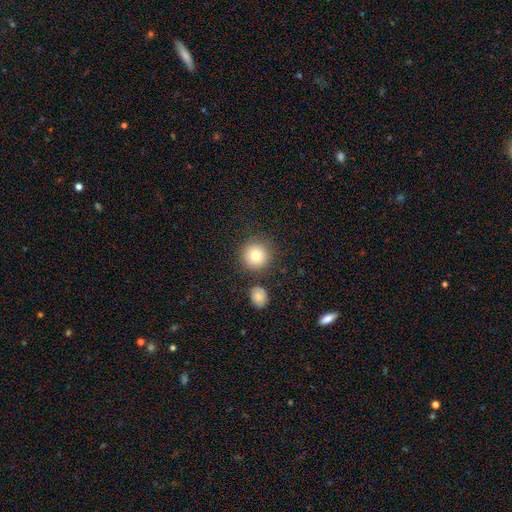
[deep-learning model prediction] Smooth or featured?
  - smooth: 80% *
  - star or artifact: 10%
  - featured or disk: 10%
How rounded?
  - round: 95% *
  - in between: 5%
  - cigar-shaped: 1%
Merging?
  - none: 83% *
  - minor disturbance: 8%
  - merger: 6%
  - major disturbance: 3%